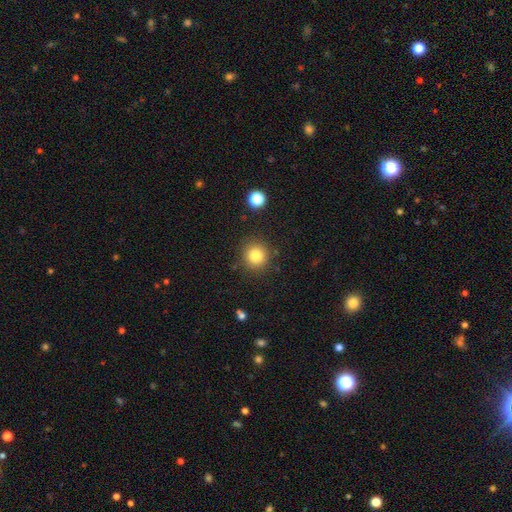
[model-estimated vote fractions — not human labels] Overall: smooth (83%). How rounded: round (92%). Merging: none (87%).